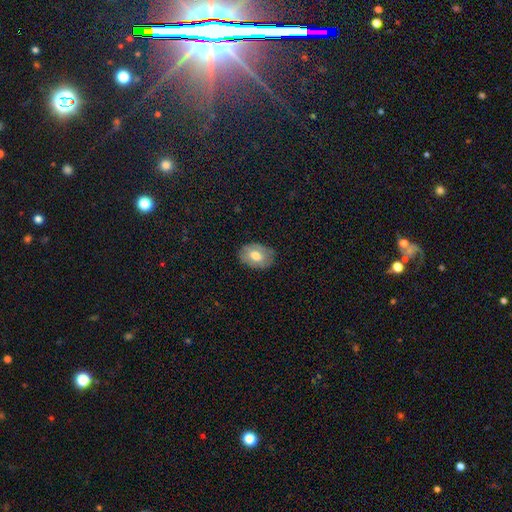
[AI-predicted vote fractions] smooth-or-featured: smooth: 66% | featured or disk: 27% | star or artifact: 7%
  how-rounded: in between: 82% | round: 17% | cigar-shaped: 1%
  merging: none: 79% | minor disturbance: 16% | major disturbance: 4% | merger: 1%